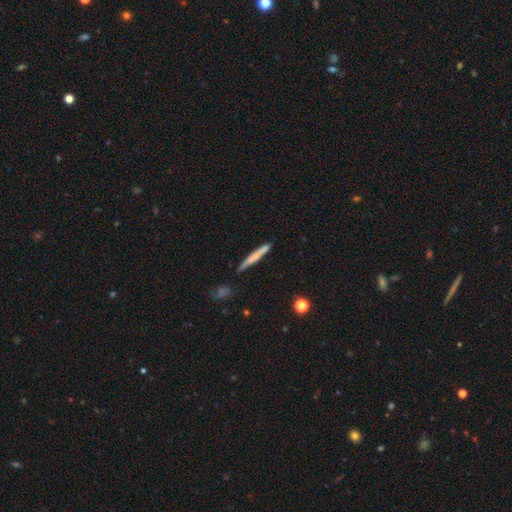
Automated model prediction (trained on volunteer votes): smooth_or_featured: smooth (p=0.64) [alt: featured or disk p=0.30]
how_rounded: cigar-shaped (p=0.96) [alt: in between p=0.03]
merging: none (p=0.84) [alt: minor disturbance p=0.12]